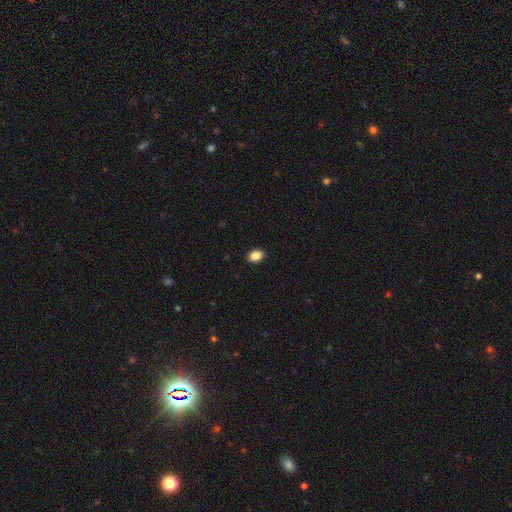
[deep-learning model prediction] A smooth galaxy with no disk features (87%) that is in between round and cigar-shaped (78%).

Vote fractions:
- Smooth or featured? smooth: 87% / star or artifact: 9% / featured or disk: 4%
- How rounded? in between: 78% / round: 21% / cigar-shaped: 1%
- Merging? none: 91% / minor disturbance: 7% / major disturbance: 2% / merger: 1%